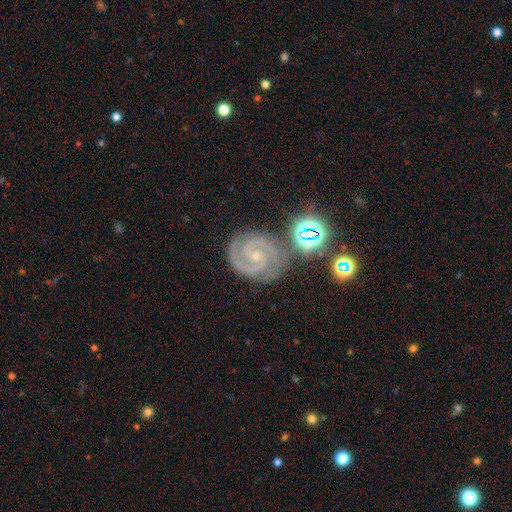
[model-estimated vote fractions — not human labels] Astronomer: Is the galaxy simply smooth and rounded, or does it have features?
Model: featured or disk — 89%.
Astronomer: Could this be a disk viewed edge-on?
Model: no — 98%.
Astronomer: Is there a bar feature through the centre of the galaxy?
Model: no — 54% (runner-up: weak, 32%).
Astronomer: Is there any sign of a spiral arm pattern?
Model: yes — 99%.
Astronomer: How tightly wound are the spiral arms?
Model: tight — 71%.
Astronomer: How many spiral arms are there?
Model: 2 — 81%.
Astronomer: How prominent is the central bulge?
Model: small — 73%.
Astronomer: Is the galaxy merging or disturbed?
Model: none — 77%.